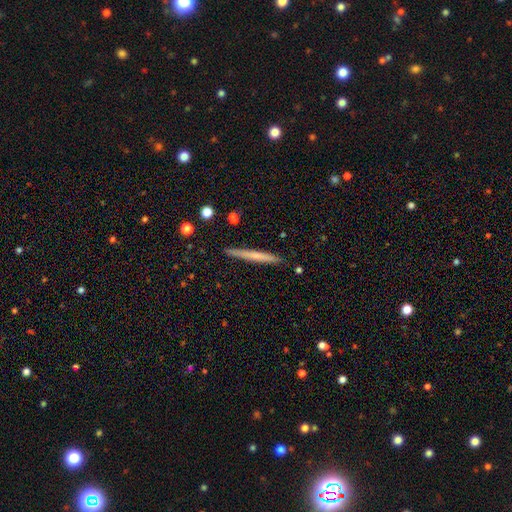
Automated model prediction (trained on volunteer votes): A smooth galaxy with no disk features (59%) that is cigar-shaped (97%).

Vote fractions:
- Smooth or featured? smooth: 59% / featured or disk: 35% / star or artifact: 6%
- How rounded? cigar-shaped: 97% / in between: 2% / round: 1%
- Merging? none: 91% / minor disturbance: 7% / major disturbance: 1% / merger: 1%